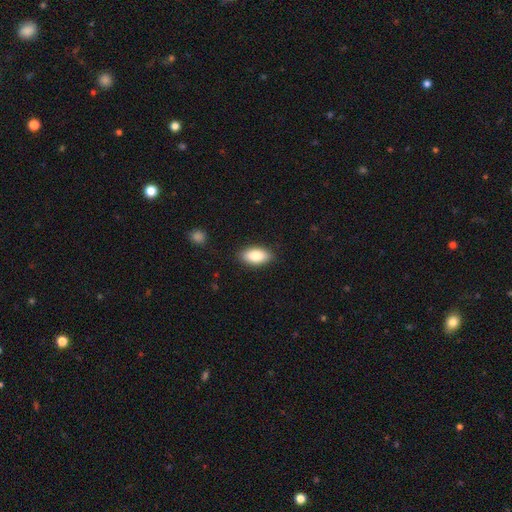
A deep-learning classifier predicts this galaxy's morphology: type=smooth (84%); roundness=in between (91%); merging=none (88%).